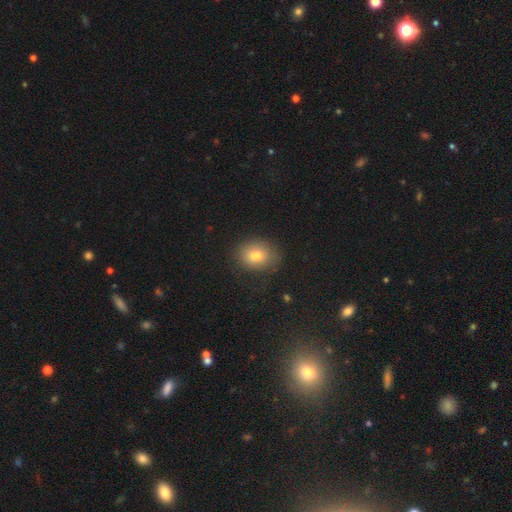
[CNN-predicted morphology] A smooth galaxy with no disk features (78%) that is in between round and cigar-shaped (55%).

Vote fractions:
- Smooth or featured? smooth: 78% / featured or disk: 11% / star or artifact: 11%
- How rounded? in between: 55% / round: 44% / cigar-shaped: 1%
- Merging? none: 77% / minor disturbance: 17% / major disturbance: 6% / merger: 1%